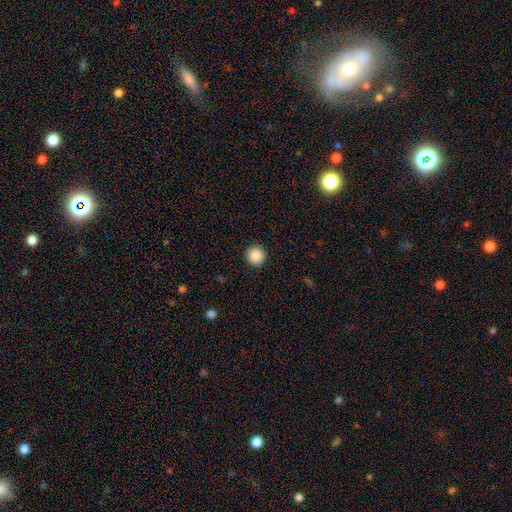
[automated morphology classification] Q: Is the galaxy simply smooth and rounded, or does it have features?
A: smooth — 87%.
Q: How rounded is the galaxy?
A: round — 96%.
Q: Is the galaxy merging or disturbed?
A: none — 93%.